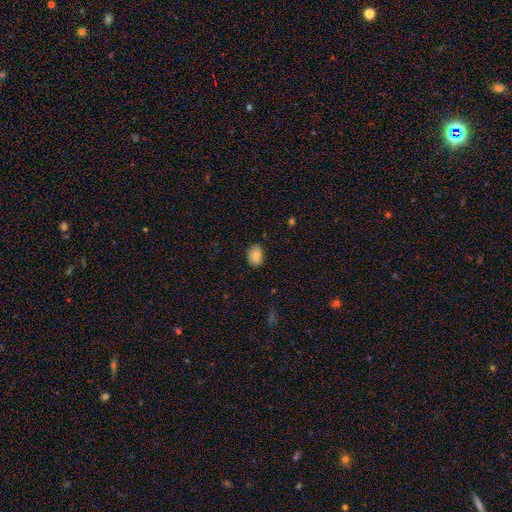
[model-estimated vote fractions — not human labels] smooth-or-featured: smooth: 84% | featured or disk: 8% | star or artifact: 8%
  how-rounded: in between: 74% | round: 25% | cigar-shaped: 1%
  merging: none: 81% | minor disturbance: 15% | major disturbance: 3% | merger: 1%